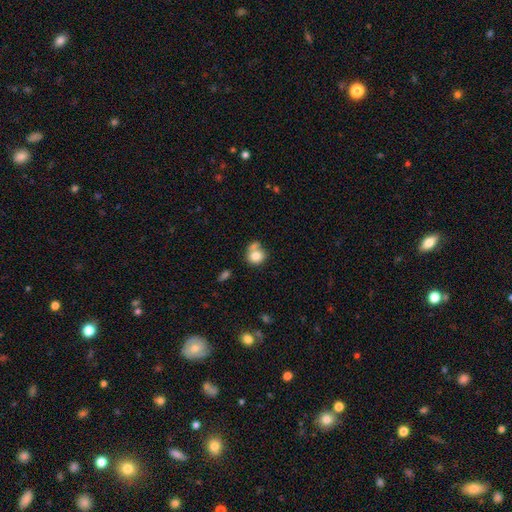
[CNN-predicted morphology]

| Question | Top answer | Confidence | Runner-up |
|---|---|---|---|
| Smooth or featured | smooth | 78% | featured or disk (13%) |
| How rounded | round | 78% | in between (21%) |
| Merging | none | 42% | merger (34%) |